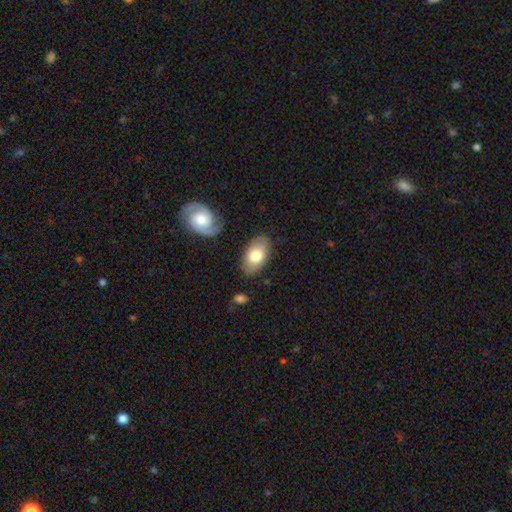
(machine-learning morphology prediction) smooth_or_featured: smooth (p=0.72) [alt: featured or disk p=0.22]
how_rounded: in between (p=0.93) [alt: round p=0.05]
merging: none (p=0.80) [alt: minor disturbance p=0.14]